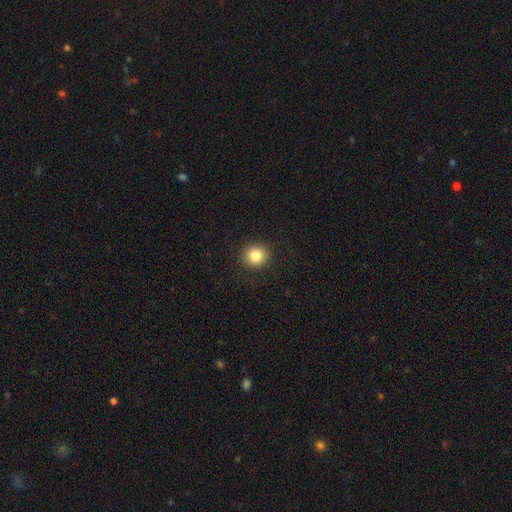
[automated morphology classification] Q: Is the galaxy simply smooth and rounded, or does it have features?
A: smooth — 83%.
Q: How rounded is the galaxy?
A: round — 90%.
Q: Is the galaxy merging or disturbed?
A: none — 91%.